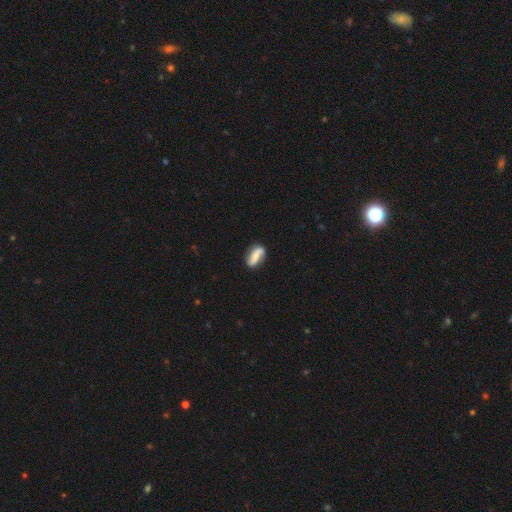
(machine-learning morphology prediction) Overall: smooth (49%; featured or disk 43%). Merging: none (75%).